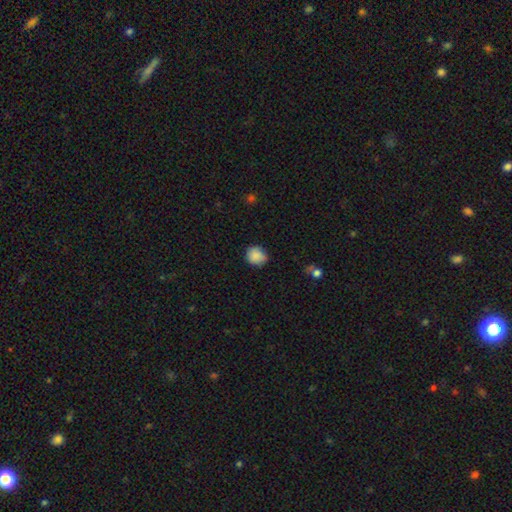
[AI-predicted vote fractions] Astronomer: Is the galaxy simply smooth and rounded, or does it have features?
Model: smooth — 87%.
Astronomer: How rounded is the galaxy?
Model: round — 77%.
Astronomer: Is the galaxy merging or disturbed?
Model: none — 77%.